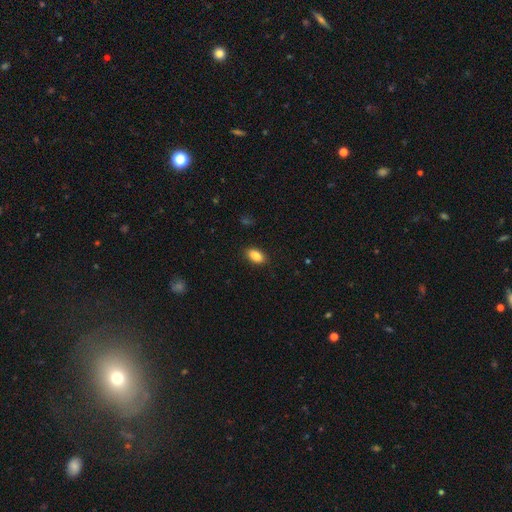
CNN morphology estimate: type=smooth (87%); roundness=in between (91%); merging=none (88%).